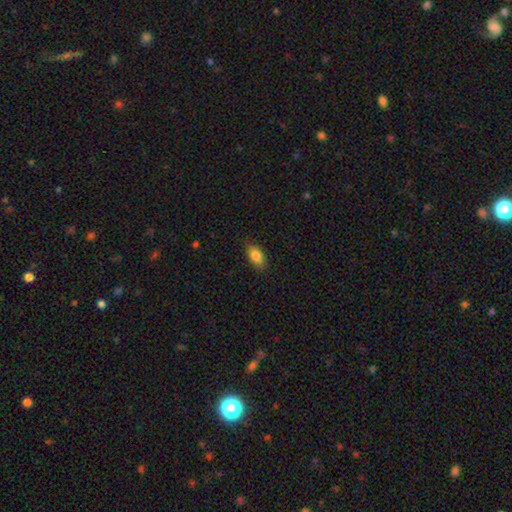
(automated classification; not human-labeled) Smooth or featured? smooth (81%)
How rounded? in between (89%)
Merging? none (84%)